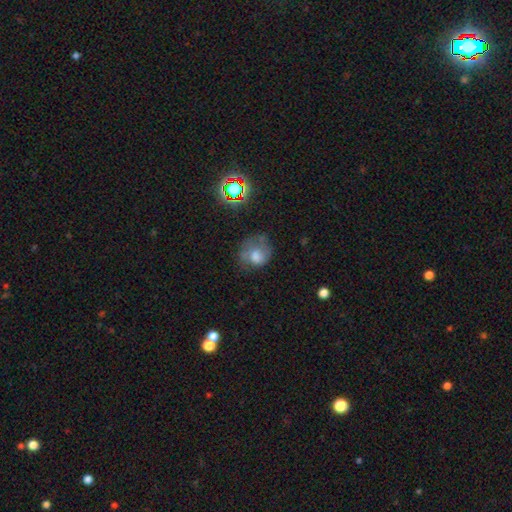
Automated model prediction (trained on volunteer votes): Smooth or featured: smooth — 61% (featured or disk — 23%)
How rounded: round — 66% (in between — 33%)
Merging: none — 43% (minor disturbance — 30%)